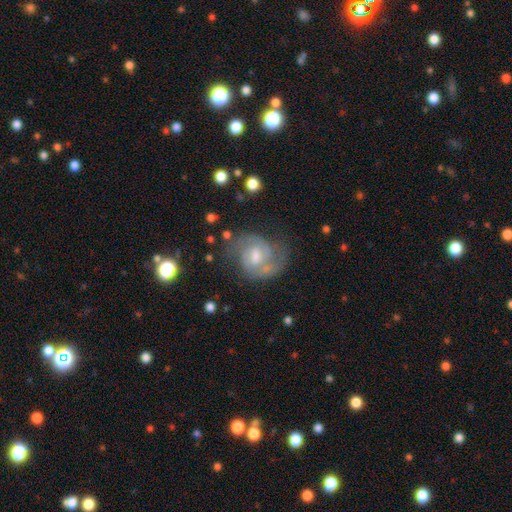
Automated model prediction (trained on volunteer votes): The model was most divided on "spiral winding": medium: 50%, tight: 36%, loose: 14%. More confident: edge-on disk — no (98%); spiral arms — yes (93%); smooth or featured — featured or disk (79%); spiral arm count — 2 (78%); merging — none (67%); bar — weak (53%); bulge size — moderate (51%).